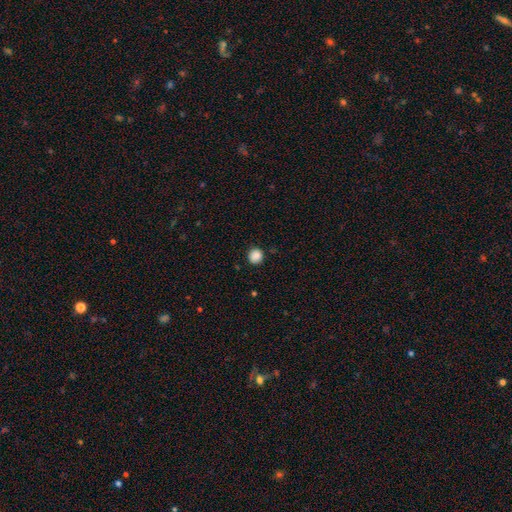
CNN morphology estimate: Smooth or featured: smooth — 86% (star or artifact — 10%)
How rounded: round — 91% (in between — 8%)
Merging: none — 88% (minor disturbance — 8%)